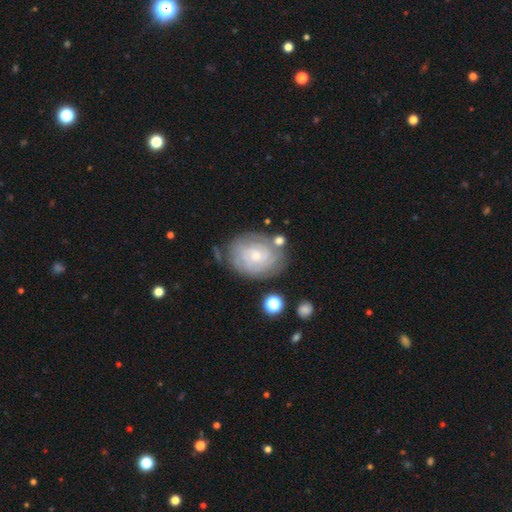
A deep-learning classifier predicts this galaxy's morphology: A featured or disk galaxy (69%) with no bar (77%), tight (75%) spiral arms (82%) and a small central bulge (63%).

Vote fractions:
- Smooth or featured? featured or disk: 69% / smooth: 24% / star or artifact: 7%
- Edge-on disk? no: 96% / yes: 4%
- Bar? no: 77% / weak: 19% / strong: 3%
- Spiral arms? yes: 82% / no: 18%
- Spiral winding? tight: 75% / medium: 19% / loose: 6%
- Spiral arm count? can't tell: 57% / 2: 18% / 3: 10% / 4: 7% / 1: 4% / more than 4: 4%
- Bulge size? small: 63% / moderate: 33% / large: 2% / none: 2% / dominant: 1%
- Merging? none: 69% / minor disturbance: 20% / major disturbance: 7% / merger: 4%